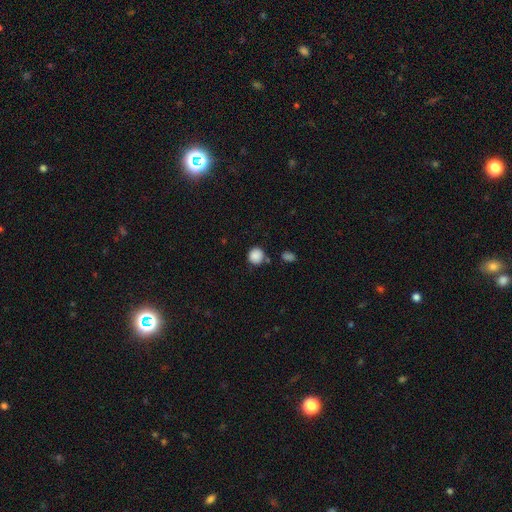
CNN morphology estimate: A smooth galaxy with no disk features (87%) that is round (91%). Merging: none (78%).